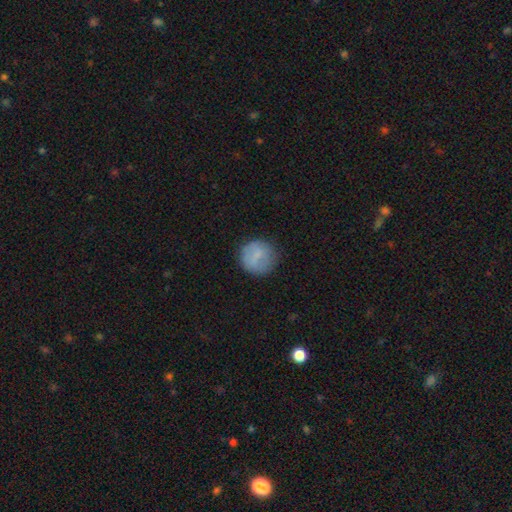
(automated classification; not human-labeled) This is likely a smooth galaxy (75%). How rounded: clearly round (93%). Merging: likely none (79%).